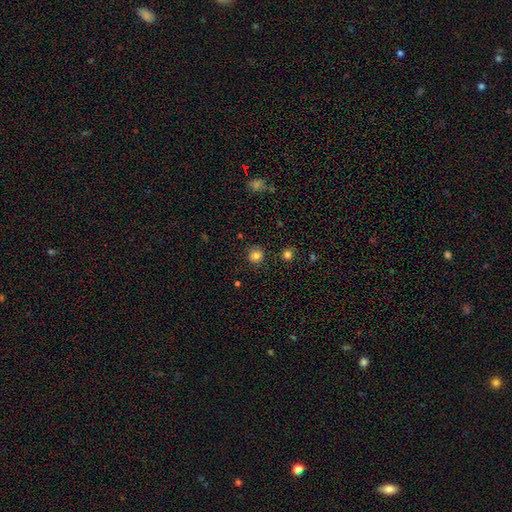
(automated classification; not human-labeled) smooth-or-featured: smooth: 82% | star or artifact: 12% | featured or disk: 6%
  how-rounded: round: 91% | in between: 8% | cigar-shaped: 1%
  merging: none: 88% | minor disturbance: 8% | major disturbance: 2% | merger: 2%